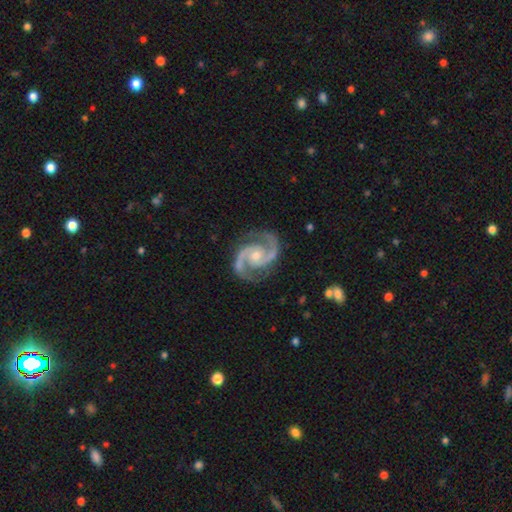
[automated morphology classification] This is clearly a featured or disk galaxy (94%). It is clearly not viewed edge-on (98%). Bar: likely no (62%). Spiral arm pattern: clearly yes (99%). Spiral arm count: clearly 2 (95%). Spiral winding: likely medium (65%). Central bulge: possibly small (50%). Merging: clearly none (84%).